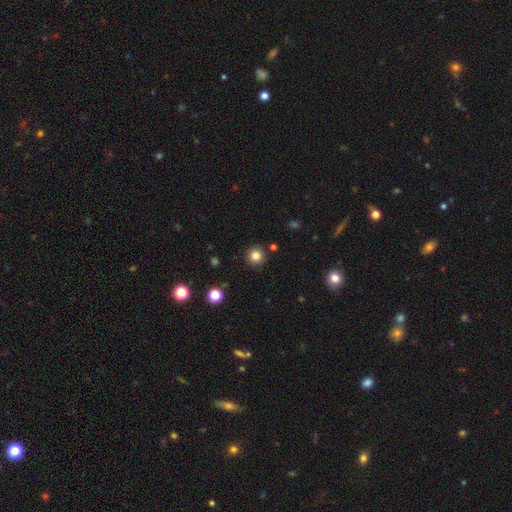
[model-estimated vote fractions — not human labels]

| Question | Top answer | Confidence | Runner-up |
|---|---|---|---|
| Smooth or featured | smooth | 83% | star or artifact (12%) |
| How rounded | round | 95% | in between (5%) |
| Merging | none | 91% | minor disturbance (5%) |